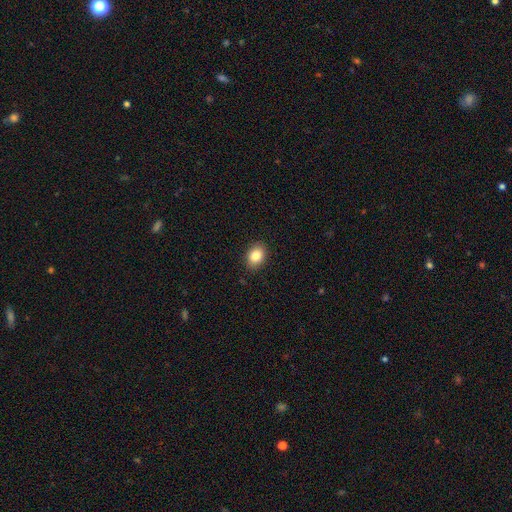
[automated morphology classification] type=smooth (85%); roundness=in between (72%); merging=none (89%).